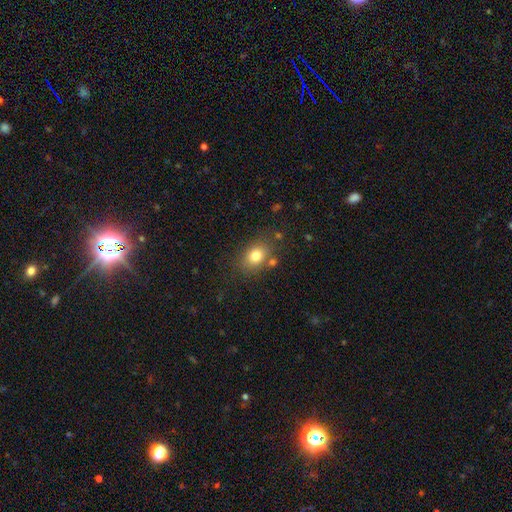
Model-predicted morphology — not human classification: A smooth galaxy with no disk features (78%) that is in between round and cigar-shaped (64%). Merging: none (75%).